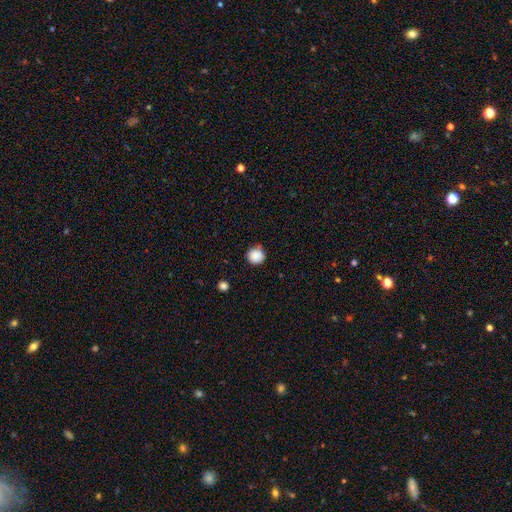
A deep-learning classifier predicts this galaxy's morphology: smooth-or-featured: smooth: 87% | star or artifact: 9% | featured or disk: 4%
  how-rounded: round: 93% | in between: 6% | cigar-shaped: 1%
  merging: none: 80% | minor disturbance: 14% | merger: 3% | major disturbance: 3%